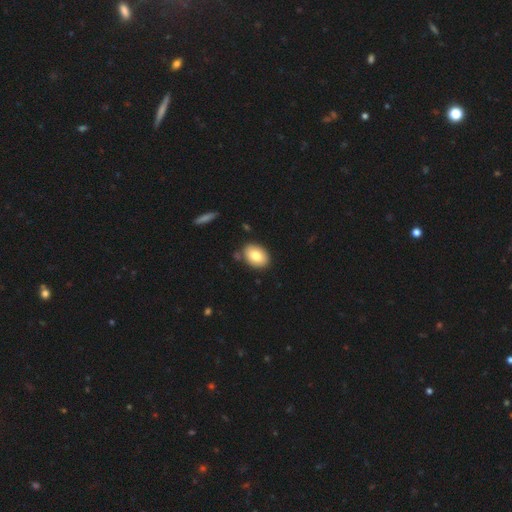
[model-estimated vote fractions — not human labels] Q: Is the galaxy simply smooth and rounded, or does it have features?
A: smooth — 82%.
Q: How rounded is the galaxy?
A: in between — 82%.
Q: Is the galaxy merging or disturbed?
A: none — 83%.